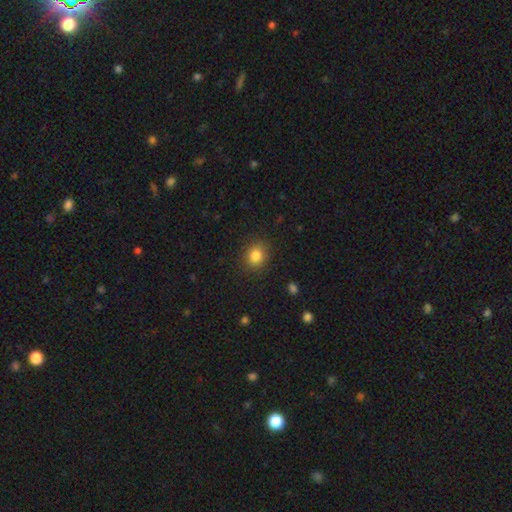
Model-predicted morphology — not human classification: This appears to be a smooth galaxy with no disk features (84%) that is round (72%). Merging: none (88%).